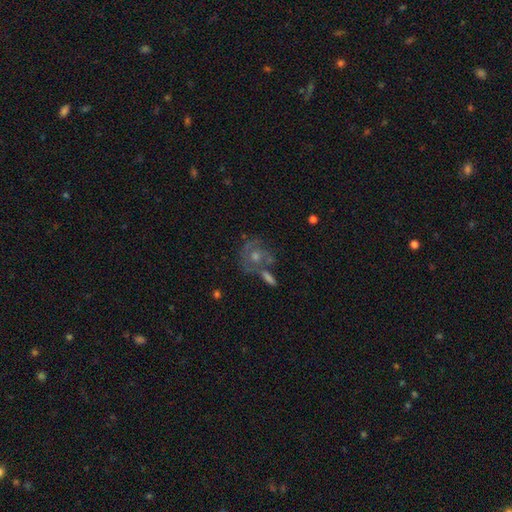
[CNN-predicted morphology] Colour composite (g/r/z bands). It shows a featured or disk galaxy (65%) with no bar (80%), spiral arms (72%) and a moderate central bulge (60%). Merging: none (52%).